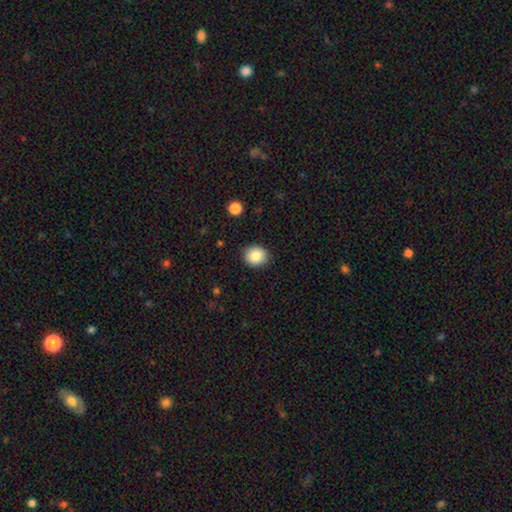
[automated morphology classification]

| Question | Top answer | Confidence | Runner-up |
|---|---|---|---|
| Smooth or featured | smooth | 85% | star or artifact (9%) |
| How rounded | round | 81% | in between (18%) |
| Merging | none | 88% | minor disturbance (8%) |